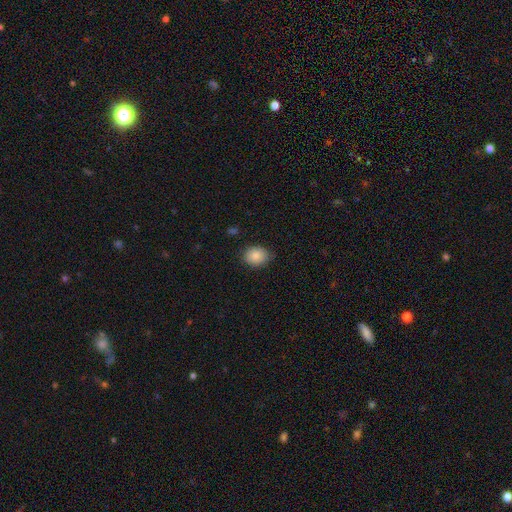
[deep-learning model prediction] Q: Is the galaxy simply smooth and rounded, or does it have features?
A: smooth — 86%.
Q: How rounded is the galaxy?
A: round — 55%.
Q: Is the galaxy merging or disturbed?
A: none — 81%.